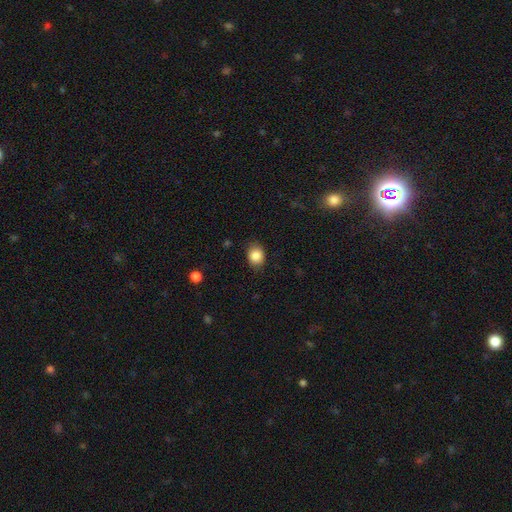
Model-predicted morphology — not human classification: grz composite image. It shows a smooth galaxy with no disk features (86%) that is in between round and cigar-shaped (55%). Merging: none (82%).